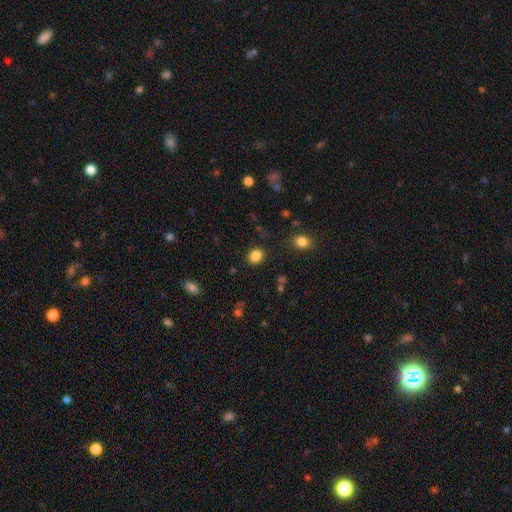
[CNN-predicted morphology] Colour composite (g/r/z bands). It shows a smooth galaxy with no disk features (85%) that is round (55%). Merging: none (86%).